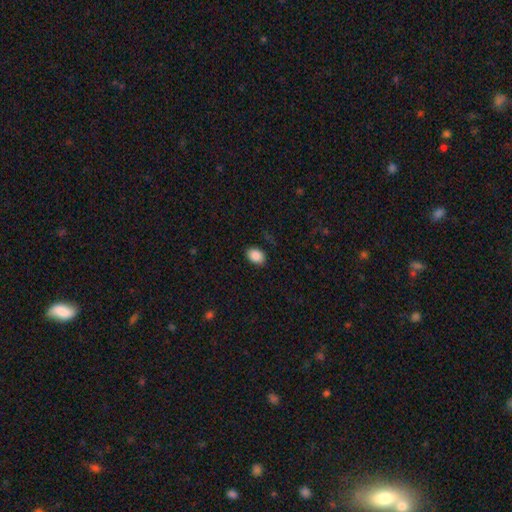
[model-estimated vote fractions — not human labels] This appears to be a smooth galaxy with no disk features (88%) that is in between round and cigar-shaped (79%). Merging: none (87%).